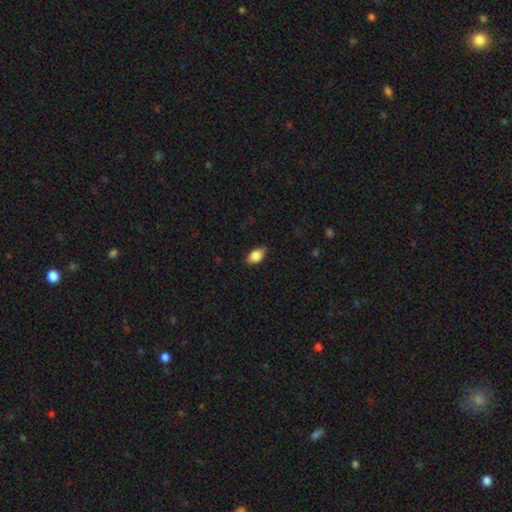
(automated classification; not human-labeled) Overall: smooth (85%). How rounded: in between (88%). Merging: none (79%).